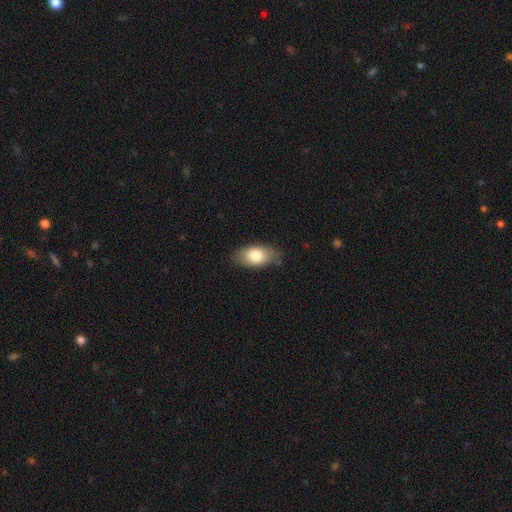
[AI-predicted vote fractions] Smooth or featured: smooth — 77% (featured or disk — 16%)
How rounded: in between — 90% (round — 5%)
Merging: none — 79% (minor disturbance — 17%)